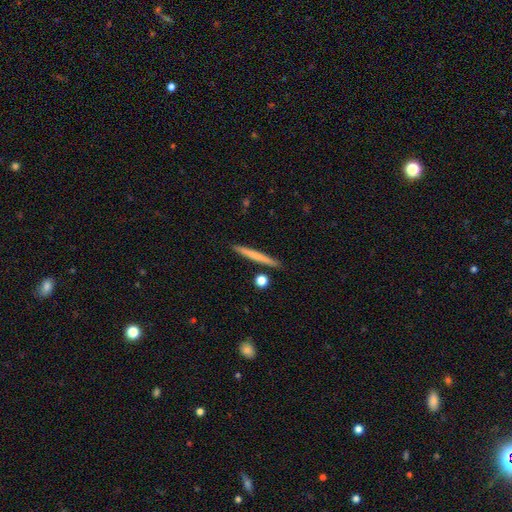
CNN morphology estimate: Smooth or featured? Predicted: smooth (p=0.64). How rounded? Predicted: cigar-shaped (p=0.96). Merging? Predicted: none (p=0.89).